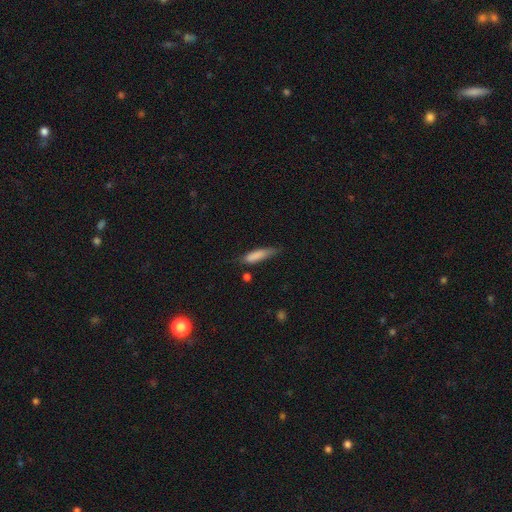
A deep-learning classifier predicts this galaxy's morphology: A smooth galaxy with no disk features (81%) that is cigar-shaped (71%).

Vote fractions:
- Smooth or featured? smooth: 81% / featured or disk: 12% / star or artifact: 7%
- How rounded? cigar-shaped: 71% / in between: 27% / round: 2%
- Merging? none: 57% / minor disturbance: 31% / major disturbance: 8% / merger: 4%